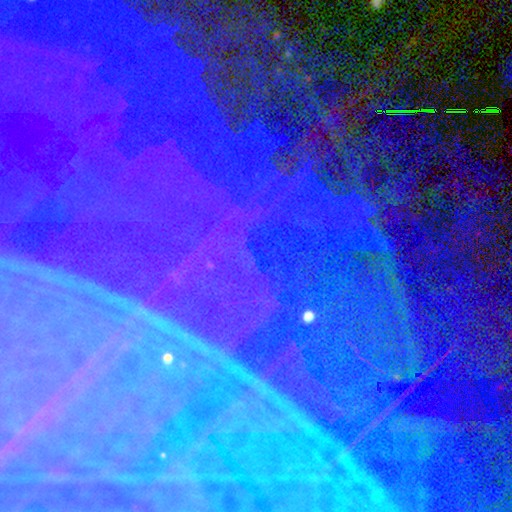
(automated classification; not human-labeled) Smooth or featured?
  - star or artifact: 83% *
  - featured or disk: 10%
  - smooth: 7%